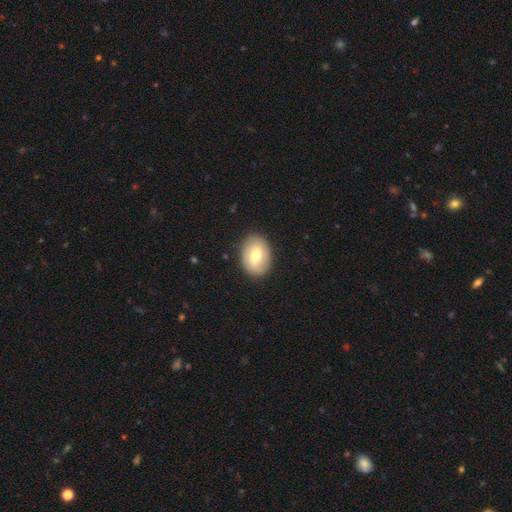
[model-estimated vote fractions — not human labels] smooth-or-featured: smooth: 56% | featured or disk: 37% | star or artifact: 7%
  how-rounded: in between: 72% | round: 26% | cigar-shaped: 1%
  merging: none: 86% | minor disturbance: 11% | major disturbance: 3% | merger: 1%